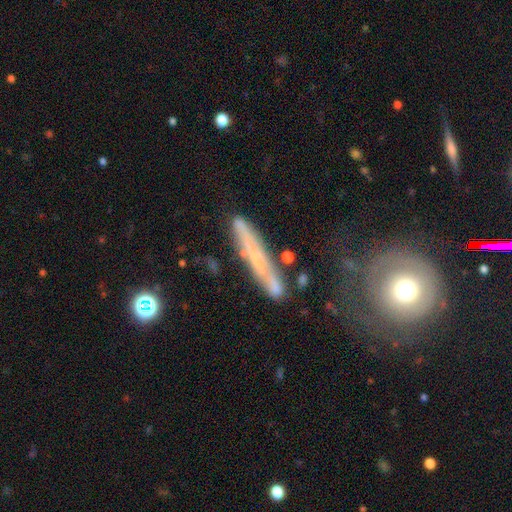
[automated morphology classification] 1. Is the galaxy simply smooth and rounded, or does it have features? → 51% featured or disk, 40% smooth, 9% star or artifact.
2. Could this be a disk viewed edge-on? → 76% yes, 24% no.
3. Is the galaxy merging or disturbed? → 71% none, 19% minor disturbance, 5% merger, 5% major disturbance.